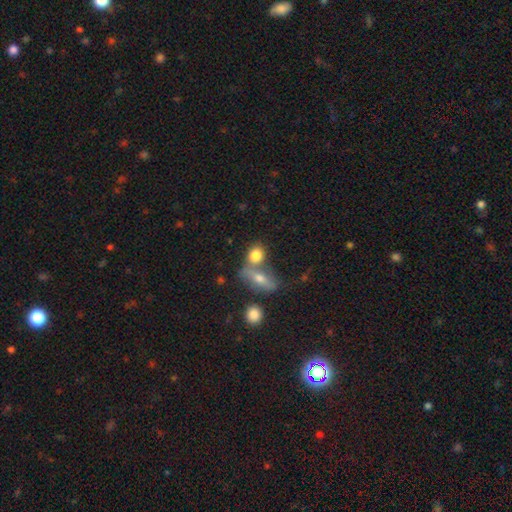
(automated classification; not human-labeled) Smooth or featured? smooth (78%)
How rounded? in between (56%)
Merging? merger (43%)